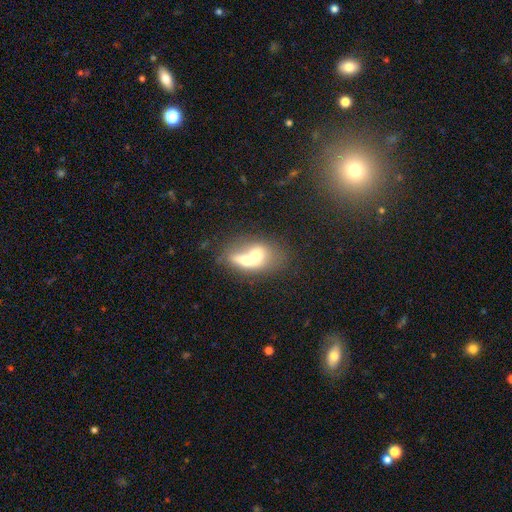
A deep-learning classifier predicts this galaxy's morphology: smooth-or-featured: smooth: 60% | featured or disk: 32% | star or artifact: 9%
  how-rounded: in between: 62% | round: 33% | cigar-shaped: 5%
  merging: merger: 73% | none: 16% | minor disturbance: 6% | major disturbance: 5%